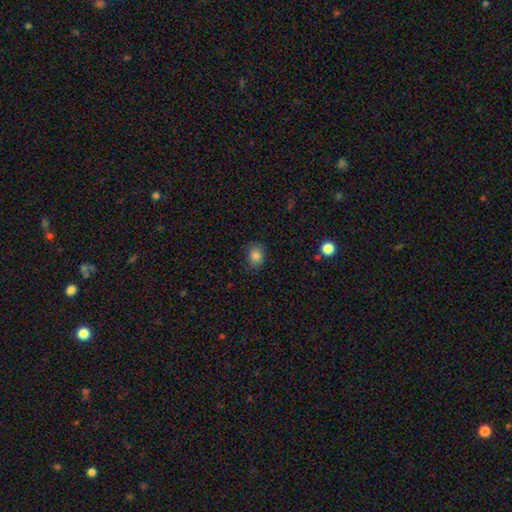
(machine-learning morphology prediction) smooth 84%, star or artifact 10%, featured or disk 5%. Down the decision tree: how rounded — in between (57%); merging — none (84%).